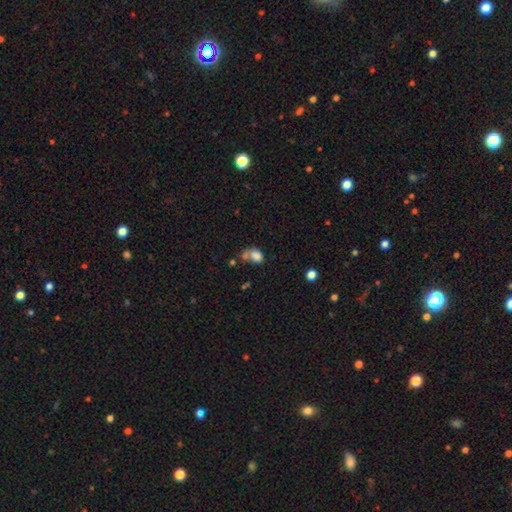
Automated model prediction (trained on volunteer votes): This appears to be a smooth galaxy with no disk features (78%) that is in between round and cigar-shaped (73%). Merging: merger (43%).